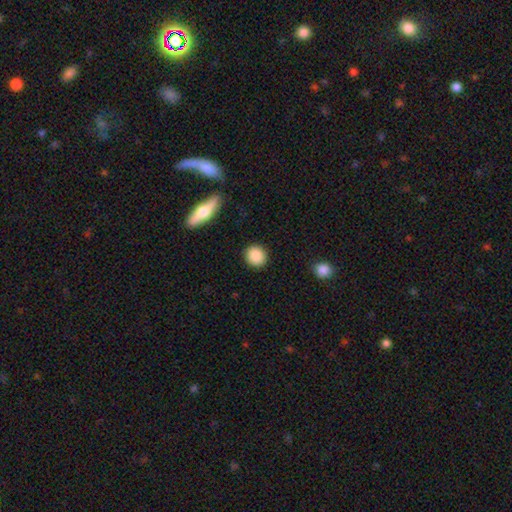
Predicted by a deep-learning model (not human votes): The model was most divided on "how rounded": round: 88%, in between: 11%, cigar-shaped: 1%. More confident: merging — none (91%); smooth or featured — smooth (88%).